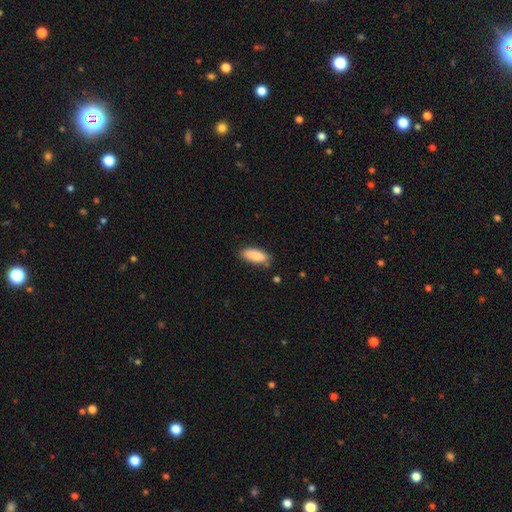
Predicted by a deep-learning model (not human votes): Smooth or featured?
  - smooth: 87% *
  - featured or disk: 6%
  - star or artifact: 6%
How rounded?
  - in between: 77% *
  - cigar-shaped: 21%
  - round: 2%
Merging?
  - none: 76% *
  - minor disturbance: 18%
  - major disturbance: 3%
  - merger: 3%